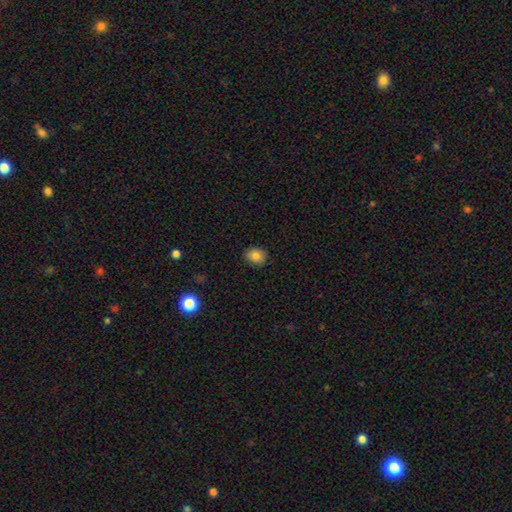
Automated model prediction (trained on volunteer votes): This is clearly a smooth galaxy (82%). How rounded: possibly round (58%). Merging: clearly none (89%).